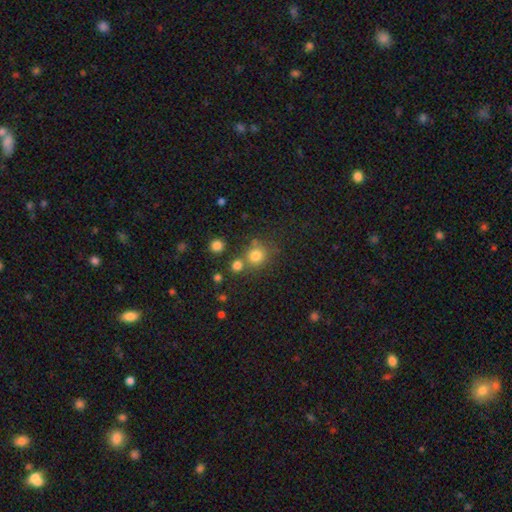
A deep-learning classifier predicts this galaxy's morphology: smooth 79%, star or artifact 15%, featured or disk 7%. Down the decision tree: how rounded — round (88%); merging — none (66%).